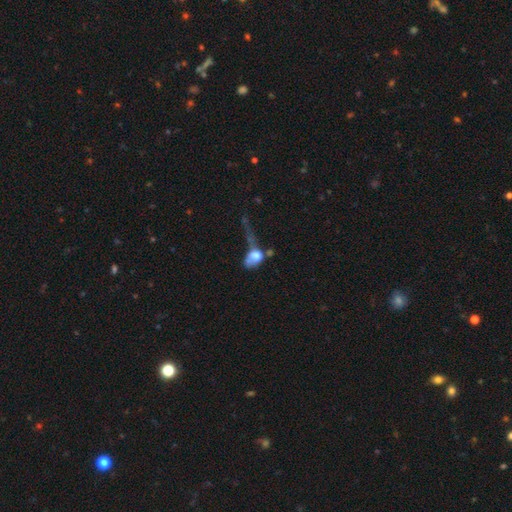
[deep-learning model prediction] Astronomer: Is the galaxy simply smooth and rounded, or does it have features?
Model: smooth — 59%.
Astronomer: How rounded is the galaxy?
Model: in between — 69%.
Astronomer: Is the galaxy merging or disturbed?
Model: major disturbance — 53%.